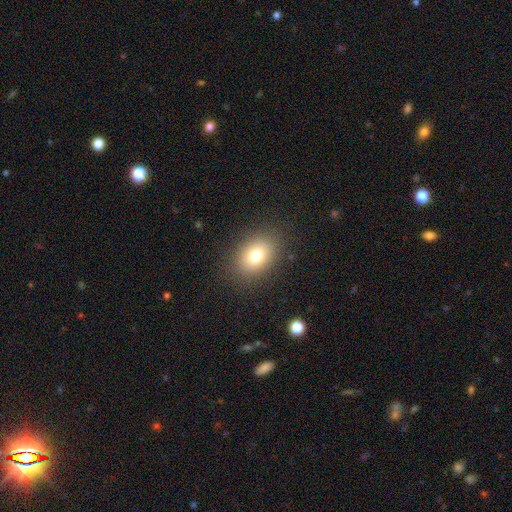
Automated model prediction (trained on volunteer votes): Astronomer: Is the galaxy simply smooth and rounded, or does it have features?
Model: smooth — 77%.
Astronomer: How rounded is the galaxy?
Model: in between — 70%.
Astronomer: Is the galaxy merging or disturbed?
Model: none — 86%.